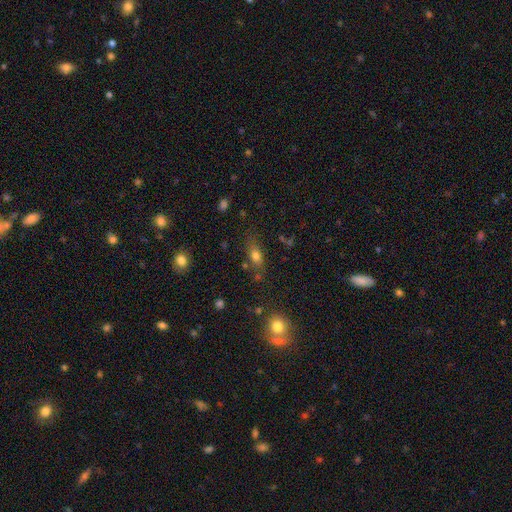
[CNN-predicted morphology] smooth-or-featured: smooth: 74% | star or artifact: 14% | featured or disk: 12%
  how-rounded: in between: 73% | round: 14% | cigar-shaped: 13%
  merging: none: 70% | minor disturbance: 17% | merger: 8% | major disturbance: 6%